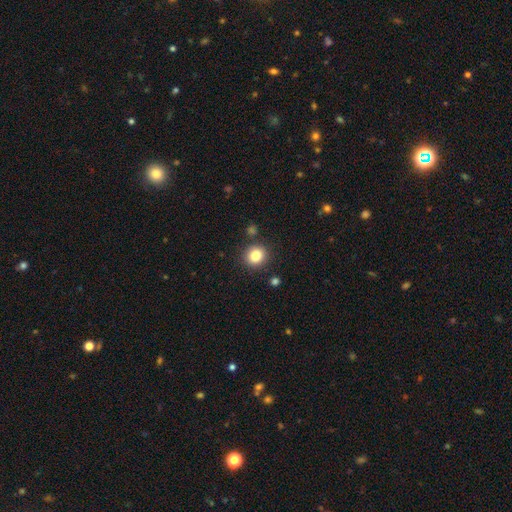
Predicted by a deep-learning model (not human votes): A smooth galaxy with no disk features (82%) that is round (87%).

Vote fractions:
- Smooth or featured? smooth: 82% / star or artifact: 11% / featured or disk: 6%
- How rounded? round: 87% / in between: 12% / cigar-shaped: 1%
- Merging? none: 87% / minor disturbance: 7% / merger: 3% / major disturbance: 2%